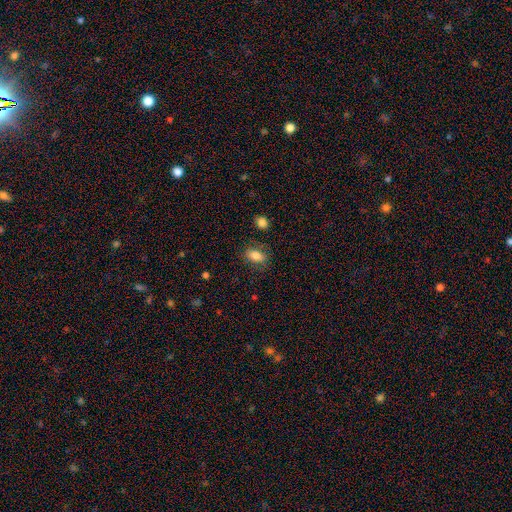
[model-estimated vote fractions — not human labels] smooth_or_featured: smooth (p=0.81) [alt: featured or disk p=0.10]
how_rounded: in between (p=0.84) [alt: round p=0.13]
merging: none (p=0.81) [alt: minor disturbance p=0.13]